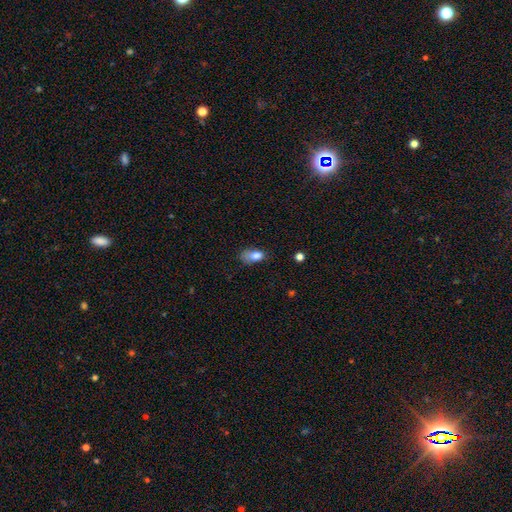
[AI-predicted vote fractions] This is likely a smooth galaxy (79%). How rounded: clearly in between (86%). Merging: marginally minor disturbance (37%).